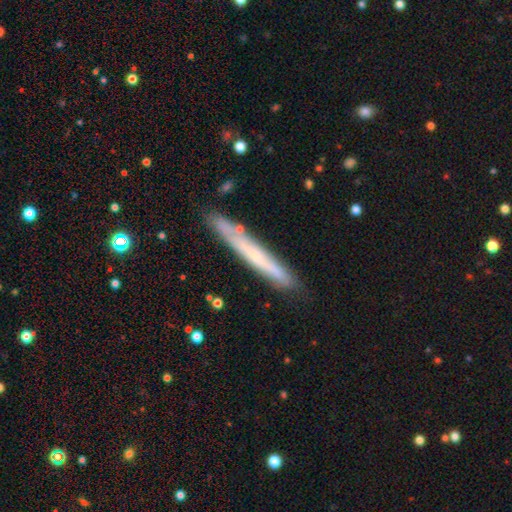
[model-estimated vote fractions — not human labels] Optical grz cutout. It shows a featured or disk galaxy (49%). Merging: none (81%).